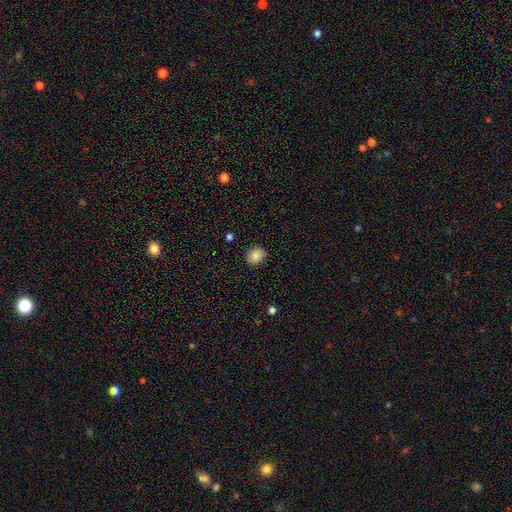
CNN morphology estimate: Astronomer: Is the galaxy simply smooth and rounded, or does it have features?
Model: smooth — 86%.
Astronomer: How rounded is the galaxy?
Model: round — 57% (runner-up: in between, 42%).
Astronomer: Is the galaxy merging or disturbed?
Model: none — 88%.